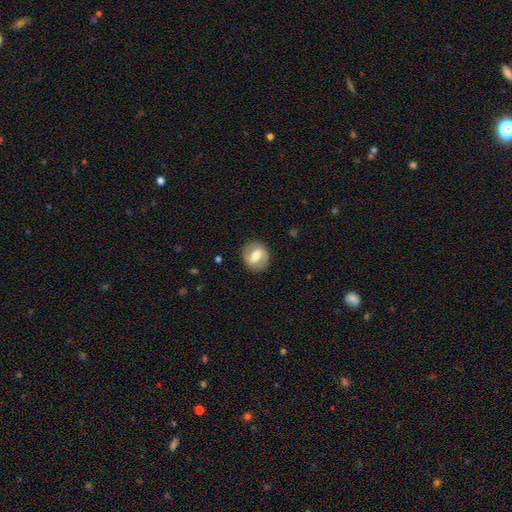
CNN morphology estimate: smooth_or_featured: featured or disk (p=0.52) [alt: smooth p=0.41]
disk_edge_on: no (p=0.93) [alt: yes p=0.07]
merging: none (p=0.85) [alt: minor disturbance p=0.10]